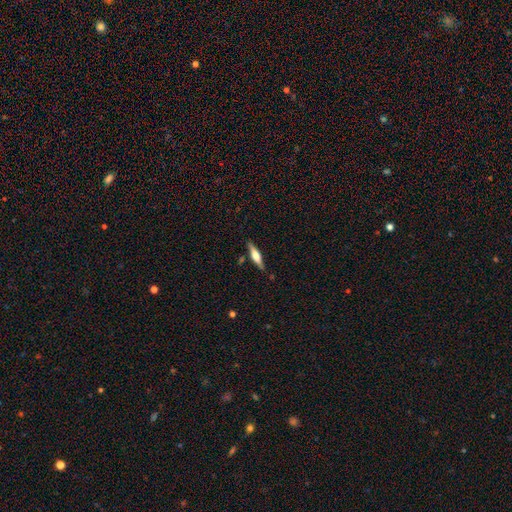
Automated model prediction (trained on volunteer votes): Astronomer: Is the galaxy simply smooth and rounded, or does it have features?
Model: featured or disk — 49% (runner-up: smooth, 45%).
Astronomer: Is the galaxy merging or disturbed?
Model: none — 84%.